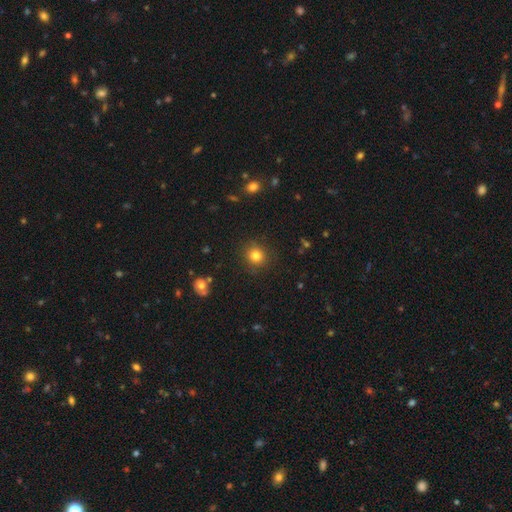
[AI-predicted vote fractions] Smooth or featured? Predicted: smooth (p=0.81). How rounded? Predicted: round (p=0.90). Merging? Predicted: none (p=0.88).